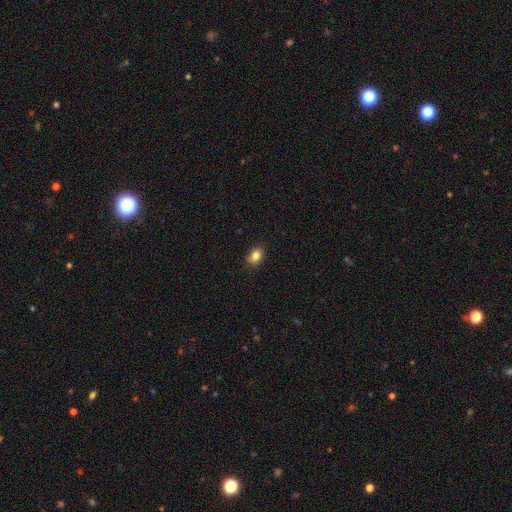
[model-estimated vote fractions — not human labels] smooth 84%, star or artifact 10%, featured or disk 7%. Down the decision tree: how rounded — in between (69%); merging — none (86%).